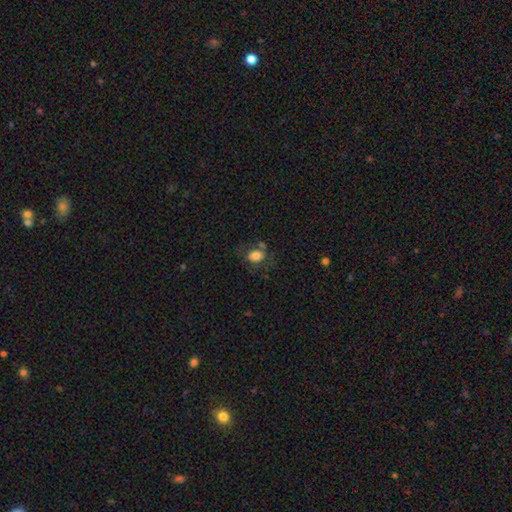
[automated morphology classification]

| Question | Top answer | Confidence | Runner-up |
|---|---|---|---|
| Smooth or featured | smooth | 77% | featured or disk (13%) |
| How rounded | in between | 59% | round (40%) |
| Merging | none | 58% | minor disturbance (20%) |